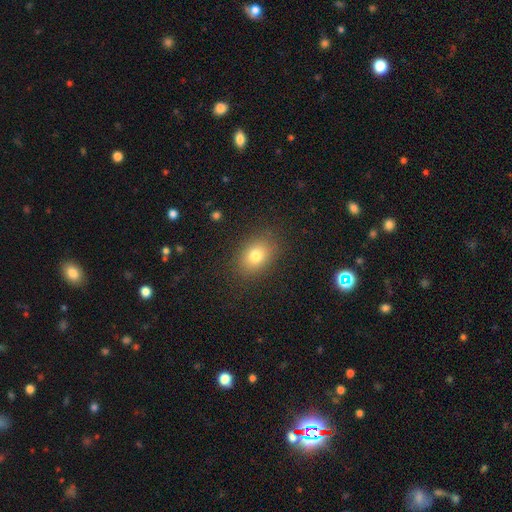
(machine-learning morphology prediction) Overall: smooth (78%). How rounded: in between (66%; round 33%). Merging: none (86%).